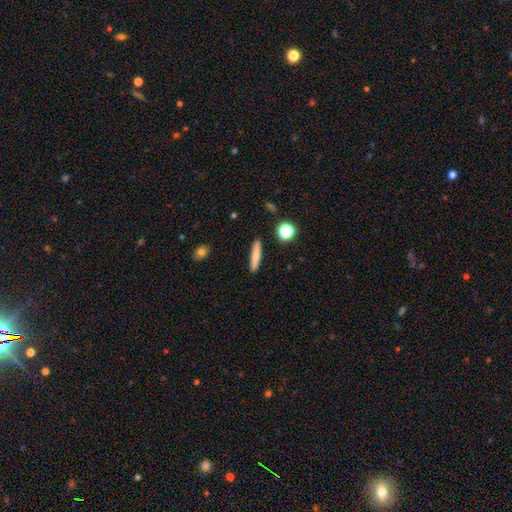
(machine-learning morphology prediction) Smooth or featured: smooth — 74% (featured or disk — 18%)
How rounded: cigar-shaped — 88% (in between — 9%)
Merging: none — 90% (minor disturbance — 7%)